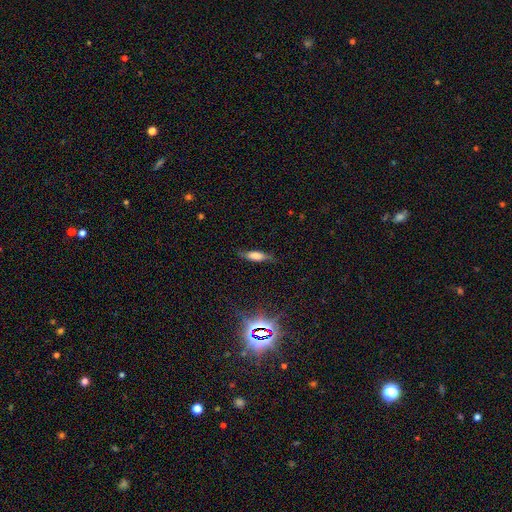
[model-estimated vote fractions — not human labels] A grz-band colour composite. It shows a smooth galaxy with no disk features (63%) that is cigar-shaped (51%). Merging: none (76%).